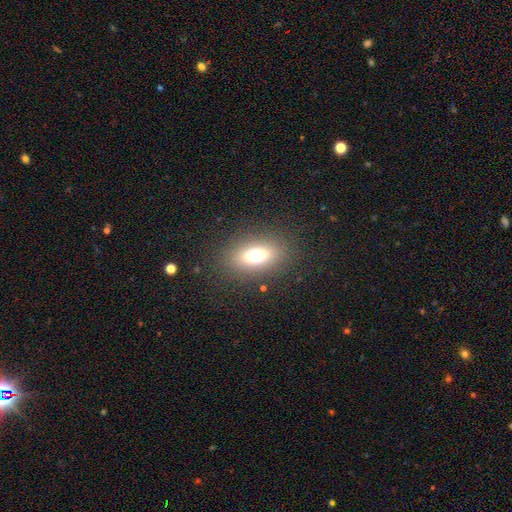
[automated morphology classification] smooth-or-featured: smooth: 68% | featured or disk: 16% | star or artifact: 16%
  how-rounded: in between: 76% | round: 19% | cigar-shaped: 5%
  merging: none: 84% | minor disturbance: 9% | major disturbance: 5% | merger: 1%